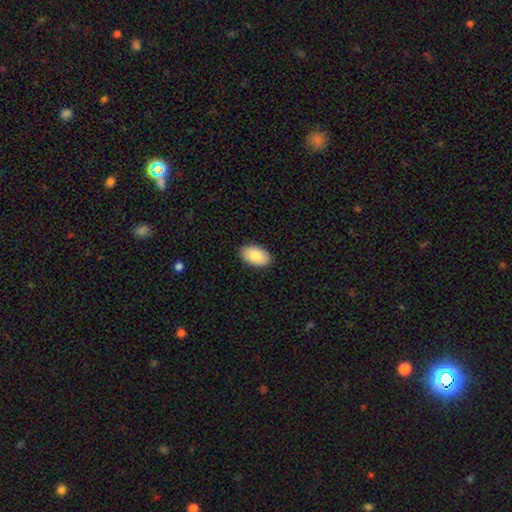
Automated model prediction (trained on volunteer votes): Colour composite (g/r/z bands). It shows a smooth galaxy with no disk features (87%) that is in between round and cigar-shaped (94%). Merging: none (89%).